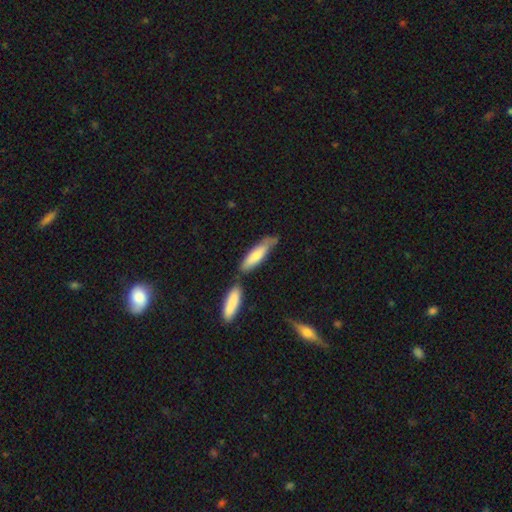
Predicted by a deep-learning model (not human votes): smooth-or-featured: smooth: 73% | featured or disk: 22% | star or artifact: 5%
  how-rounded: cigar-shaped: 65% | in between: 34% | round: 1%
  merging: none: 53% | merger: 22% | minor disturbance: 19% | major disturbance: 5%